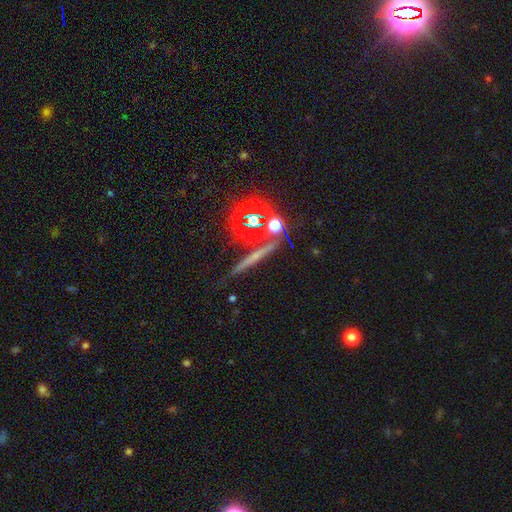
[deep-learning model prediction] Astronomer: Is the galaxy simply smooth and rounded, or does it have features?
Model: featured or disk — 36% (runner-up: star or artifact, 33%).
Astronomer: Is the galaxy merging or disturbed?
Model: none — 79%.